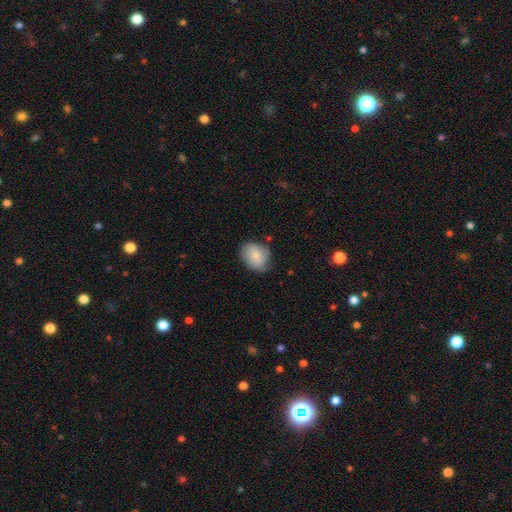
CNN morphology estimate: Q: Smooth or featured?
A: smooth (80%); runner-up: featured or disk (13%)
Q: How rounded?
A: in between (57%); runner-up: round (42%)
Q: Merging?
A: none (64%); runner-up: minor disturbance (28%)